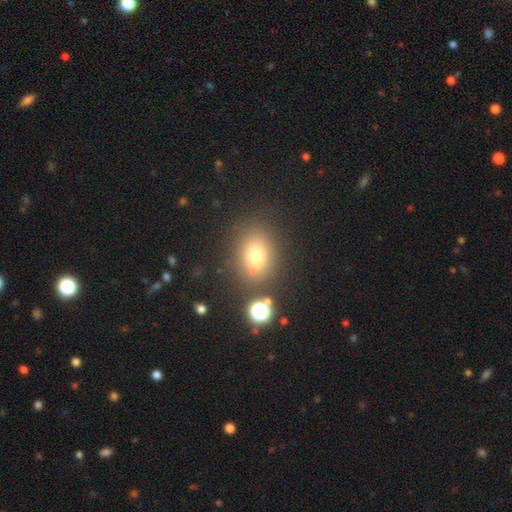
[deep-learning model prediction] Smooth or featured? Predicted: smooth (p=0.69). How rounded? Predicted: round (p=0.52). Merging? Predicted: none (p=0.77).